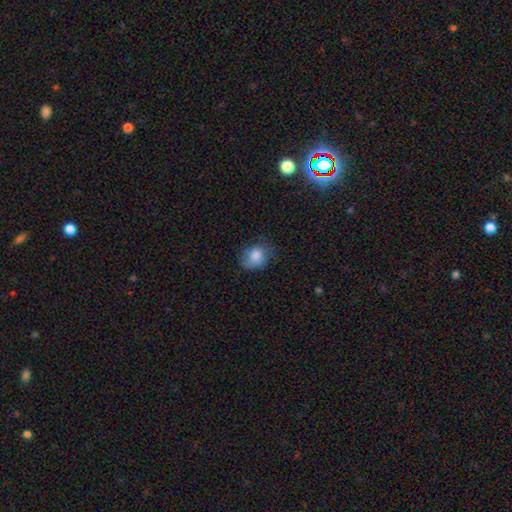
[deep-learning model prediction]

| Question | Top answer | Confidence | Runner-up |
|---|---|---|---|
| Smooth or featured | smooth | 82% | featured or disk (9%) |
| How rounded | round | 51% | in between (48%) |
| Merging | none | 62% | minor disturbance (27%) |